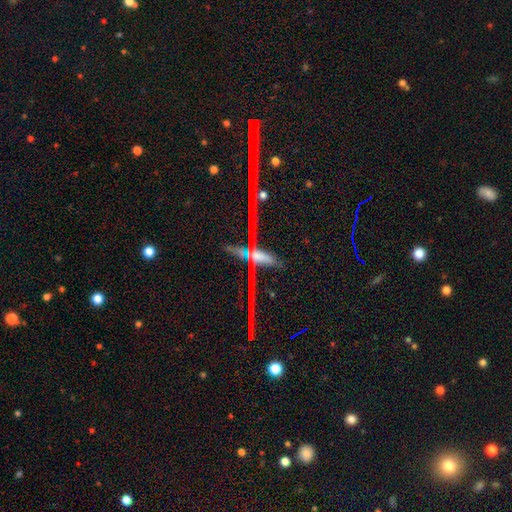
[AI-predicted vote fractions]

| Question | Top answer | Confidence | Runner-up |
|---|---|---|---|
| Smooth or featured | featured or disk | 41% | star or artifact (34%) |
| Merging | none | 47% | merger (20%) |